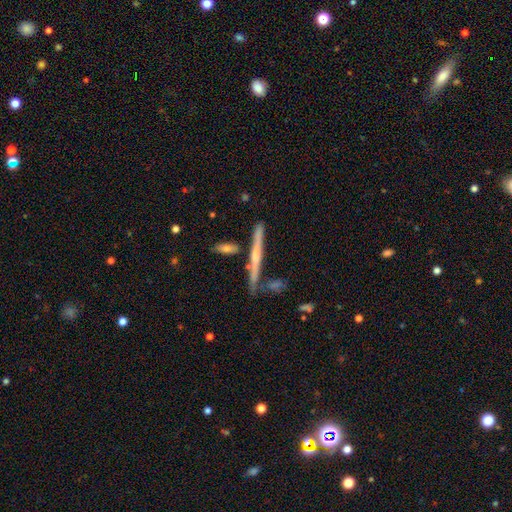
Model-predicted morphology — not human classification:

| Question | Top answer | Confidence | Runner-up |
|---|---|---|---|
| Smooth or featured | featured or disk | 63% | smooth (30%) |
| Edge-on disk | yes | 96% | no (4%) |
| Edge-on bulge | none | 46% | tied: rounded (46%) |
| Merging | none | 77% | minor disturbance (11%) |